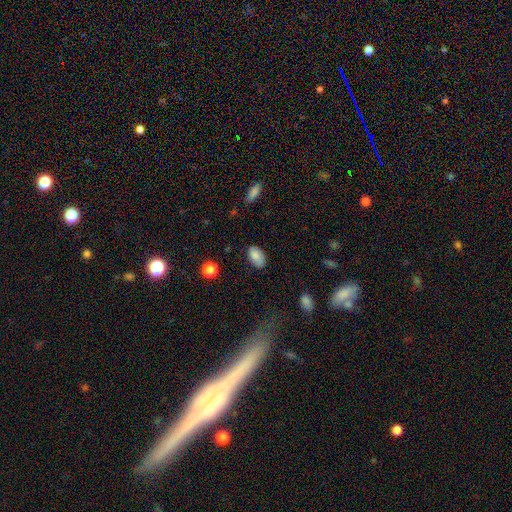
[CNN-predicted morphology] Overall: smooth (84%). How rounded: in between (93%). Merging: none (78%).